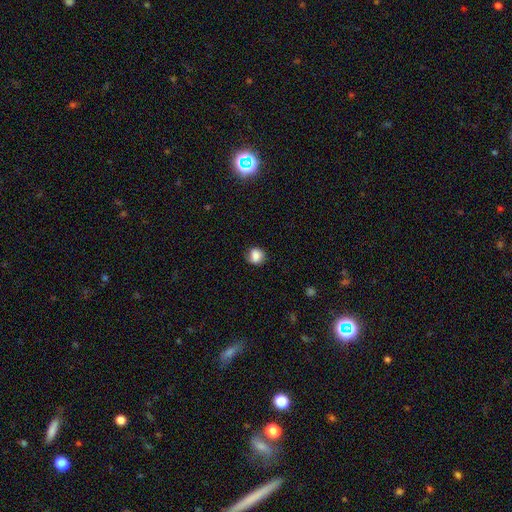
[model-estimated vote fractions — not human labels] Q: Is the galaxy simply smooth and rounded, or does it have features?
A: smooth — 84%.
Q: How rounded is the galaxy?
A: round — 76%.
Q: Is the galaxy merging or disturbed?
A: none — 76%.